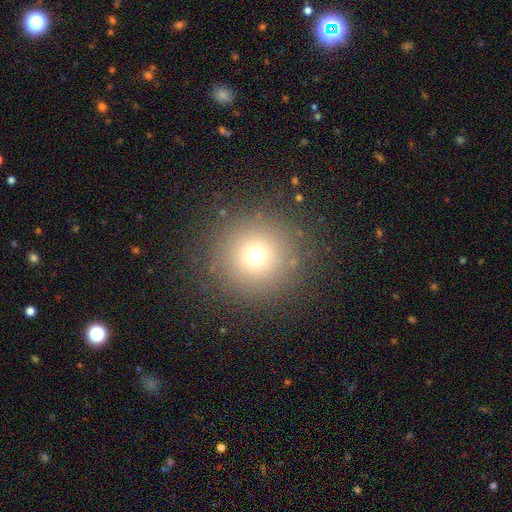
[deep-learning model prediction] smooth 69%, star or artifact 21%, featured or disk 10%. Down the decision tree: how rounded — round (96%); merging — none (88%).